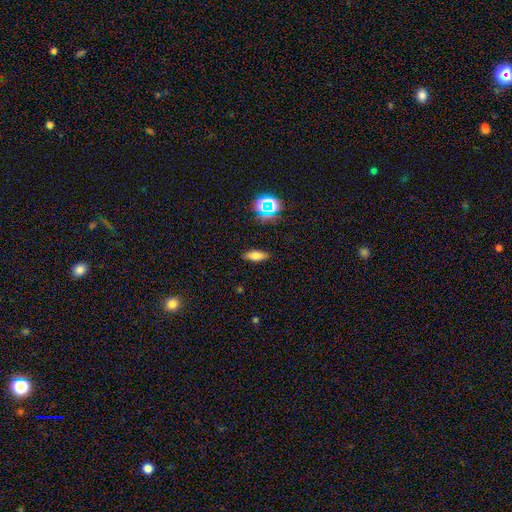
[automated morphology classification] Smooth or featured? Predicted: smooth (p=0.71). How rounded? Predicted: in between (p=0.72). Merging? Predicted: none (p=0.87).